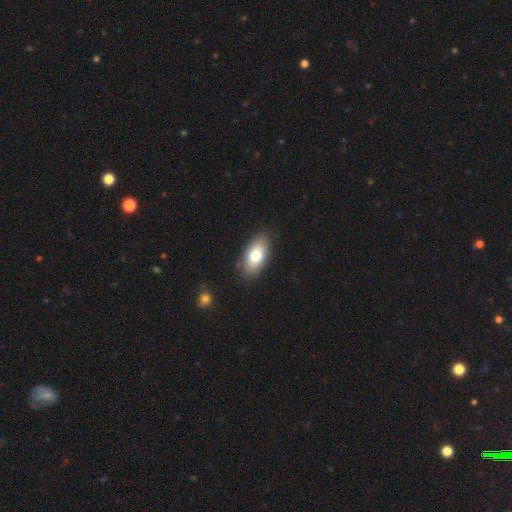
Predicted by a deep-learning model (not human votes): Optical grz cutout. It shows a smooth galaxy with no disk features (74%) that is in between round and cigar-shaped (91%). Merging: none (86%).